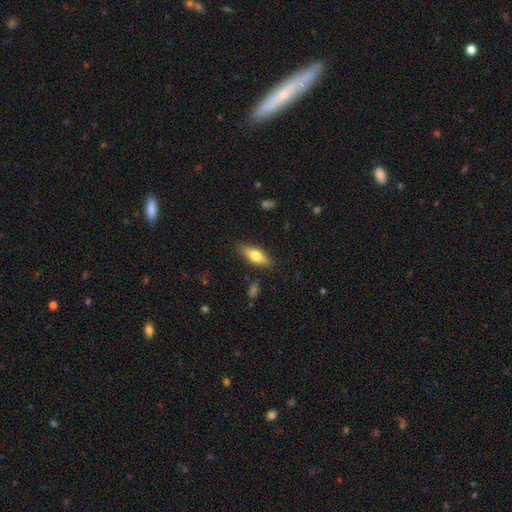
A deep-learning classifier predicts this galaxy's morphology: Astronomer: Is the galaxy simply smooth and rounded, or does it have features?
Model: smooth — 63%.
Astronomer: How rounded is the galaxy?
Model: in between — 65%.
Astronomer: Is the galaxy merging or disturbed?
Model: none — 84%.